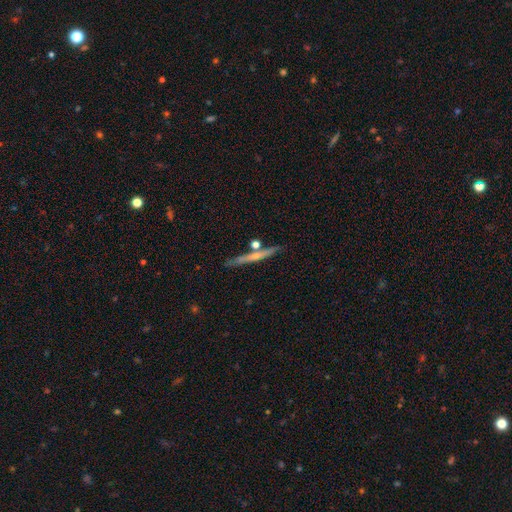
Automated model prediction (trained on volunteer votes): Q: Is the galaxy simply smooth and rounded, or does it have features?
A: featured or disk — 53%.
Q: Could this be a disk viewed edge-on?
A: yes — 95%.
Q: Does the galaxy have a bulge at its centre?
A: none — 50%.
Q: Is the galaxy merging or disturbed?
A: none — 79%.